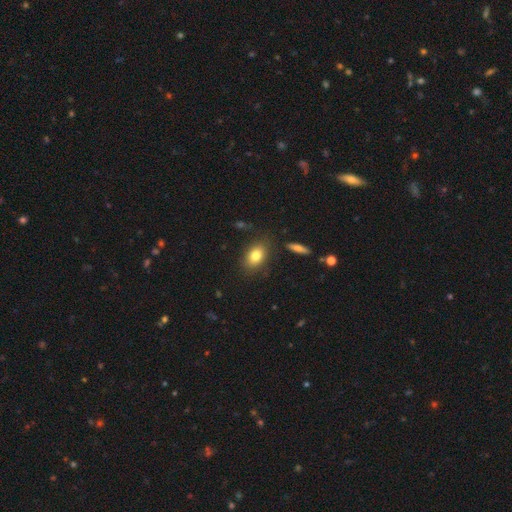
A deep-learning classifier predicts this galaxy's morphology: The model was most divided on "how rounded": in between: 80%, round: 18%, cigar-shaped: 2%. More confident: merging — none (81%); smooth or featured — smooth (81%).